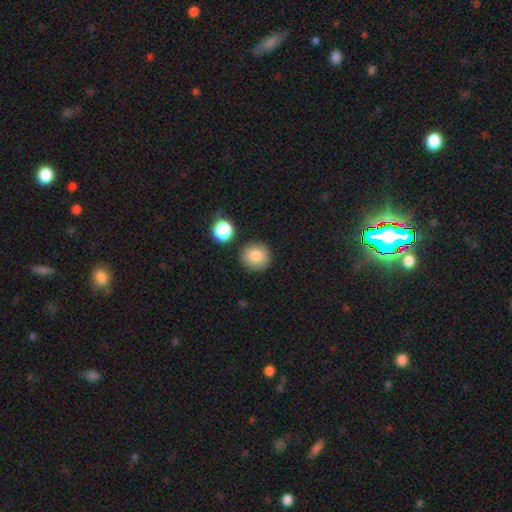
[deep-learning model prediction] A smooth galaxy with no disk features (83%) that is round (93%). Merging: none (86%).